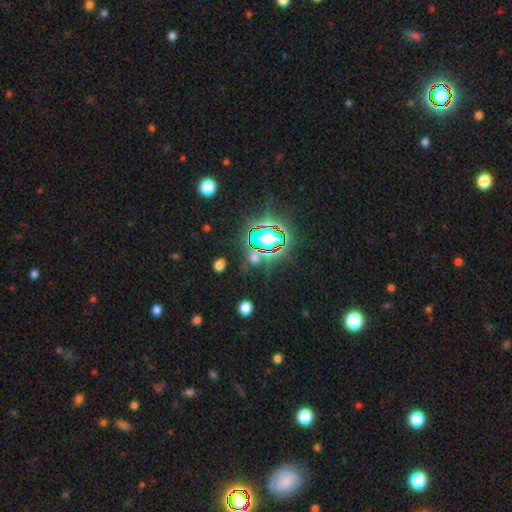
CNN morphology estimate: A star or artifact, not a galaxy (73%).

Vote fractions:
- Smooth or featured? star or artifact: 73% / smooth: 17% / featured or disk: 10%